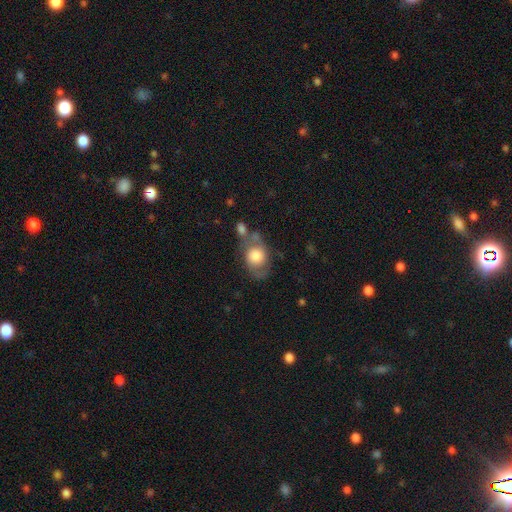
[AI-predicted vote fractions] Smooth or featured: smooth — 52% (featured or disk — 41%)
How rounded: in between — 57% (round — 41%)
Merging: none — 46% (minor disturbance — 22%)